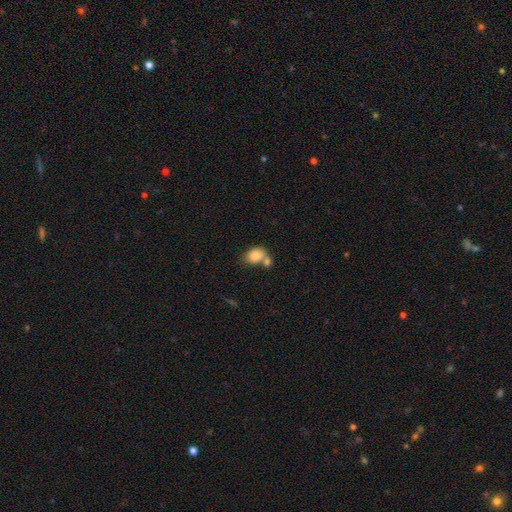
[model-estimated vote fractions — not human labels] Smooth or featured? Predicted: smooth (p=0.83). How rounded? Predicted: in between (p=0.66). Merging? Predicted: merger (p=0.42).